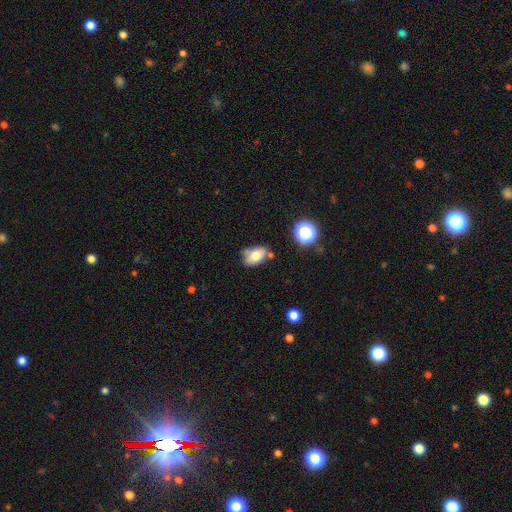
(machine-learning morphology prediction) Q: Smooth or featured?
A: smooth (74%); runner-up: featured or disk (15%)
Q: How rounded?
A: in between (82%); runner-up: round (17%)
Q: Merging?
A: none (58%); runner-up: minor disturbance (25%)